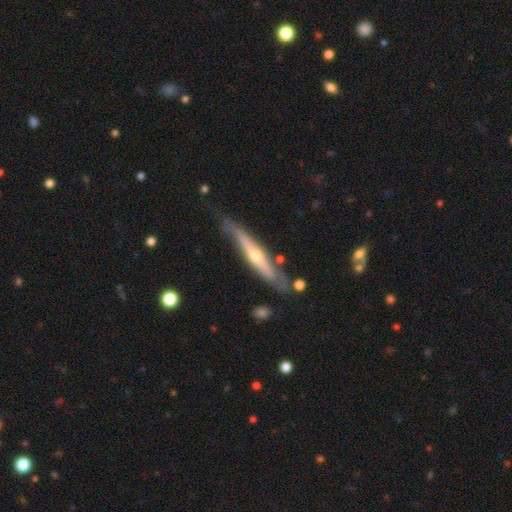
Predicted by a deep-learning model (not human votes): Smooth or featured? featured or disk (70%)
Edge-on disk? yes (87%)
Edge-on bulge? rounded (83%)
Merging? none (68%)